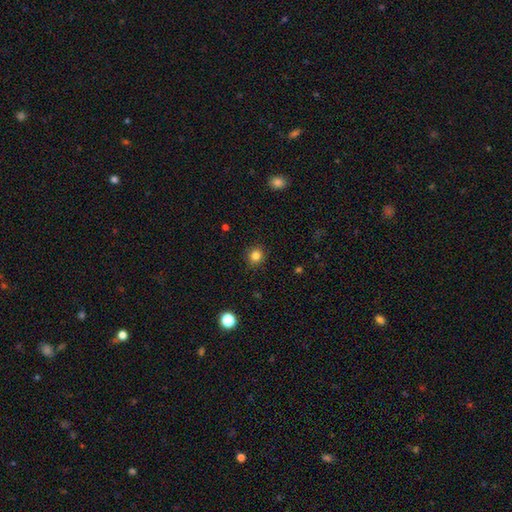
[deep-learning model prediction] This appears to be a smooth galaxy with no disk features (83%) that is round (90%). Merging: none (90%).